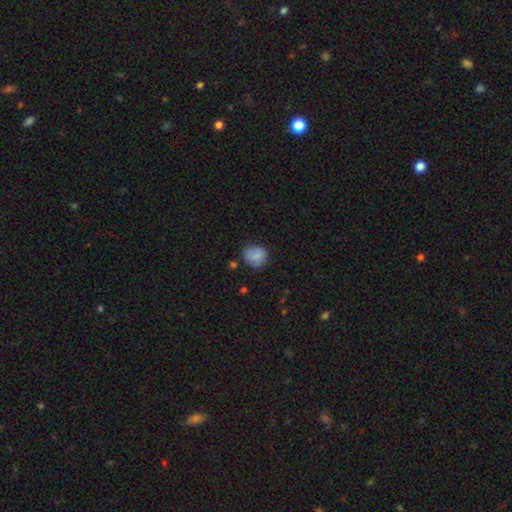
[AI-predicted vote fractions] Overall: smooth (81%). How rounded: round (76%). Merging: none (63%; minor disturbance 26%).